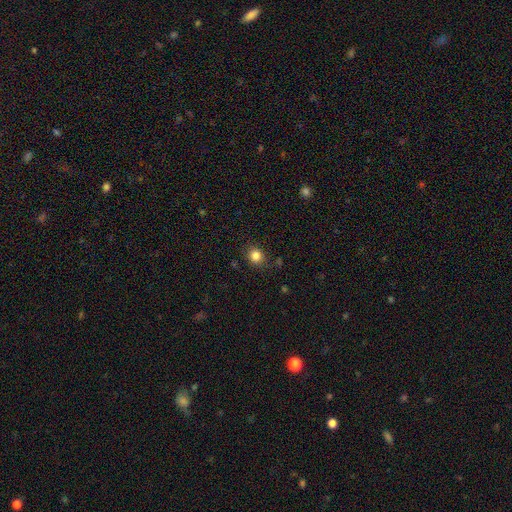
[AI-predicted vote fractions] smooth_or_featured: smooth (p=0.83) [alt: star or artifact p=0.11]
how_rounded: round (p=0.75) [alt: in between p=0.24]
merging: none (p=0.86) [alt: minor disturbance p=0.10]